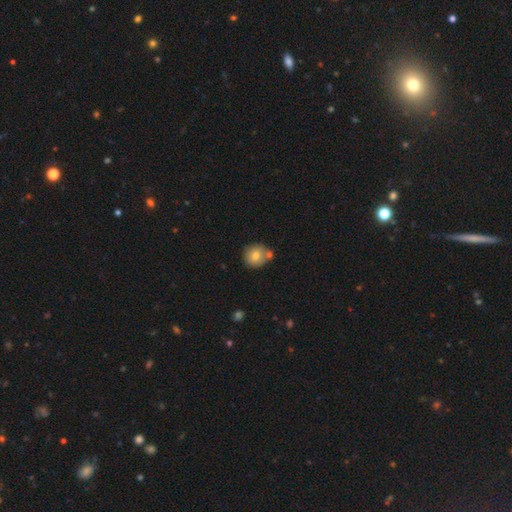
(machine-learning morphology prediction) Q: Smooth or featured?
A: smooth (76%); runner-up: featured or disk (15%)
Q: How rounded?
A: round (89%); runner-up: in between (10%)
Q: Merging?
A: none (62%); runner-up: merger (22%)